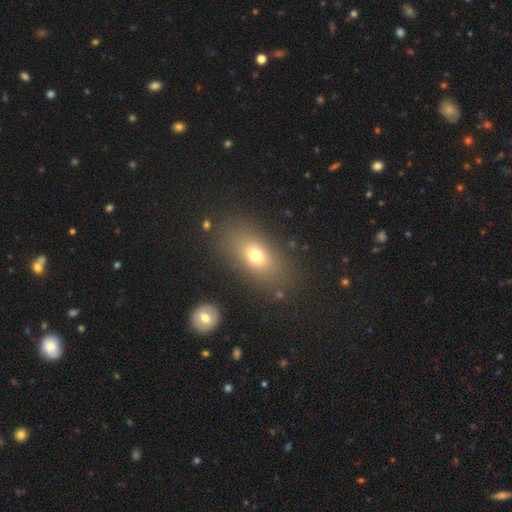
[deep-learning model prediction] Smooth or featured?
  - smooth: 71% *
  - featured or disk: 16%
  - star or artifact: 13%
How rounded?
  - in between: 79% *
  - round: 14%
  - cigar-shaped: 7%
Merging?
  - none: 80% *
  - minor disturbance: 11%
  - major disturbance: 6%
  - merger: 3%